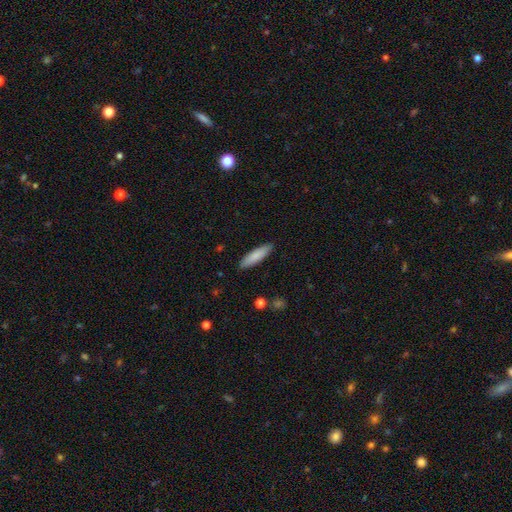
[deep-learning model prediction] The model was most divided on "how rounded": cigar-shaped: 72%, in between: 27%, round: 1%. More confident: merging — none (89%); smooth or featured — smooth (84%).